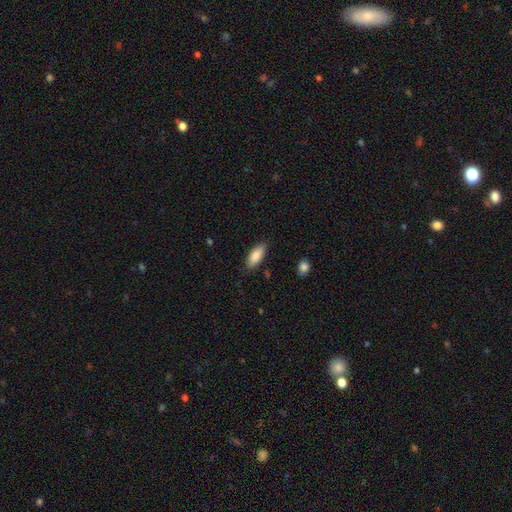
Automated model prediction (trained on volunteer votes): Smooth or featured?
  - smooth: 88% *
  - featured or disk: 7%
  - star or artifact: 6%
How rounded?
  - in between: 79% *
  - cigar-shaped: 19%
  - round: 2%
Merging?
  - none: 83% *
  - minor disturbance: 13%
  - major disturbance: 3%
  - merger: 1%